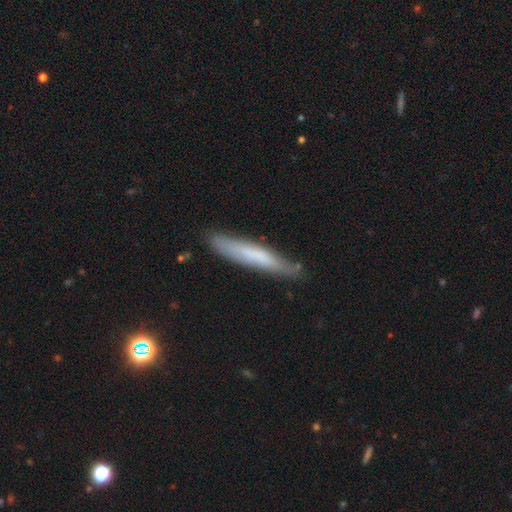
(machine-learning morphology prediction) smooth_or_featured: smooth (p=0.63) [alt: featured or disk p=0.31]
how_rounded: cigar-shaped (p=0.91) [alt: in between p=0.08]
merging: none (p=0.79) [alt: minor disturbance p=0.16]